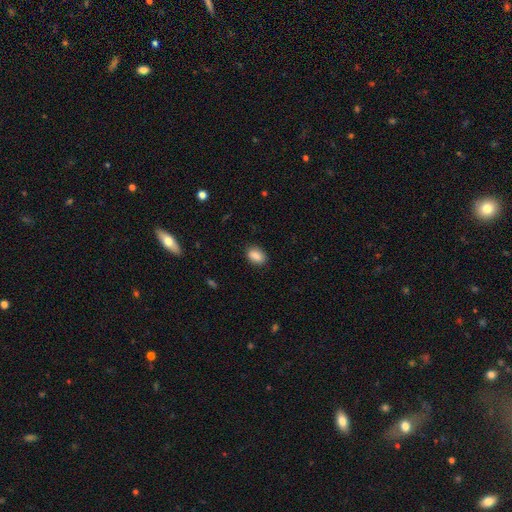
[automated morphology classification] Q: Smooth or featured?
A: smooth (88%); runner-up: star or artifact (8%)
Q: How rounded?
A: in between (85%); runner-up: round (13%)
Q: Merging?
A: none (87%); runner-up: minor disturbance (10%)